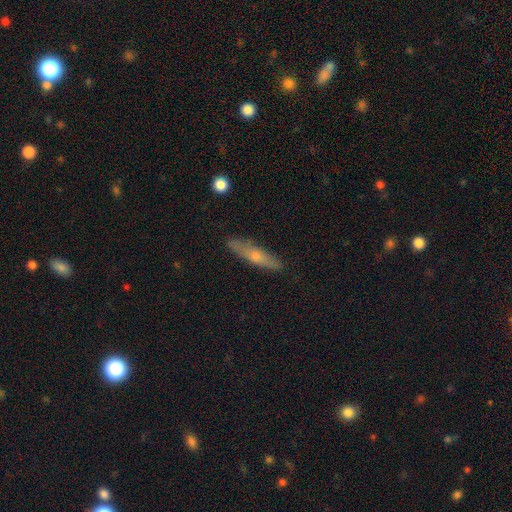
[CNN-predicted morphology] Overall: smooth (49%; featured or disk 45%). Merging: none (86%).